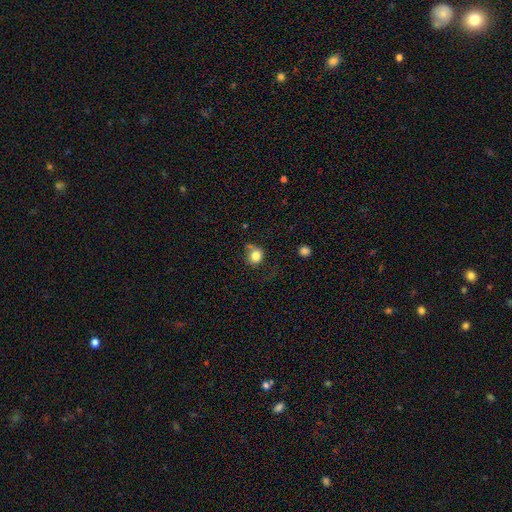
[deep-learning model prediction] Morphology: type=smooth (82%); roundness=round (79%); merging=none (61%).